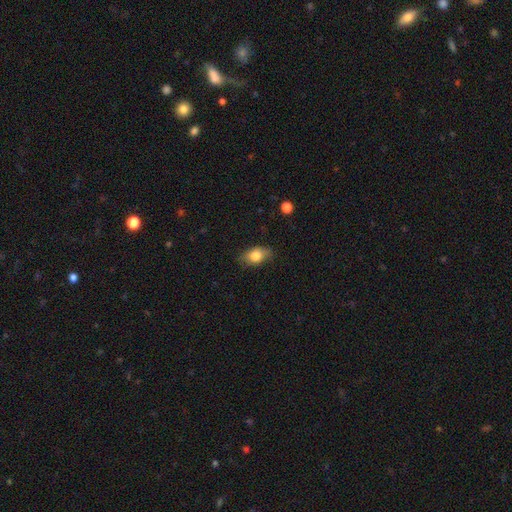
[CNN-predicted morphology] Q: Smooth or featured?
A: smooth (79%); runner-up: featured or disk (14%)
Q: How rounded?
A: in between (86%); runner-up: round (11%)
Q: Merging?
A: none (79%); runner-up: minor disturbance (17%)